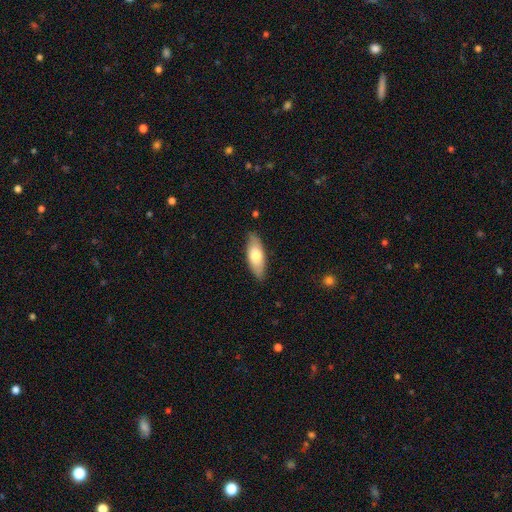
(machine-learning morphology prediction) This appears to be a smooth galaxy with no disk features (70%) that is in between round and cigar-shaped (74%). Merging: none (86%).